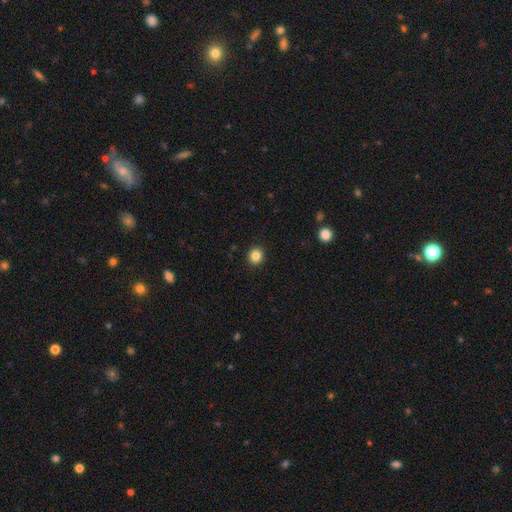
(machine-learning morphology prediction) Smooth or featured? Predicted: smooth (p=0.85). How rounded? Predicted: round (p=0.88). Merging? Predicted: none (p=0.92).